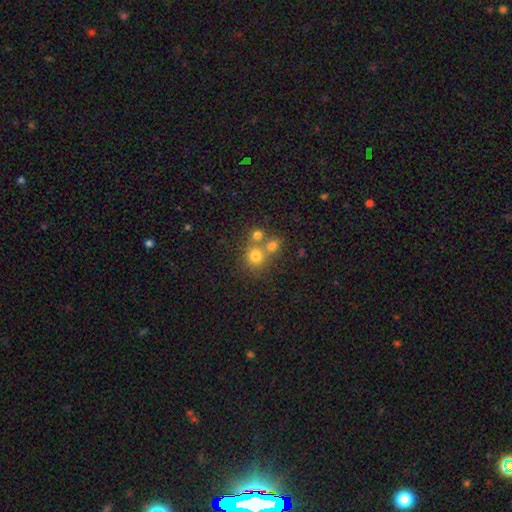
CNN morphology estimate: A smooth galaxy with no disk features (73%) that is round (86%).

Vote fractions:
- Smooth or featured? smooth: 73% / star or artifact: 15% / featured or disk: 11%
- How rounded? round: 86% / in between: 13% / cigar-shaped: 1%
- Merging? none: 52% / merger: 37% / minor disturbance: 8% / major disturbance: 4%